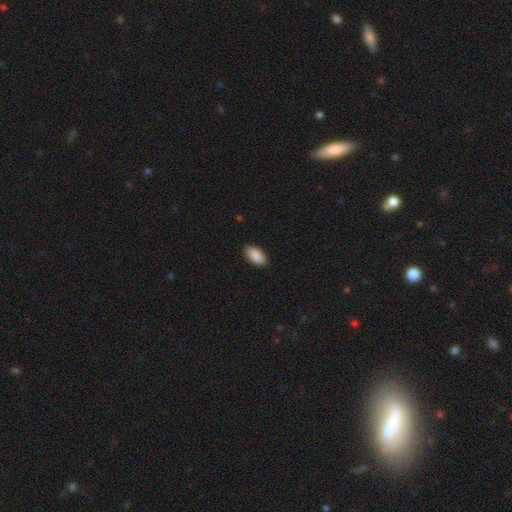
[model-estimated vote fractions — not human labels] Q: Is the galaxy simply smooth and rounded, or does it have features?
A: smooth — 90%.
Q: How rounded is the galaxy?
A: in between — 93%.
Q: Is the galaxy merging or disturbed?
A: none — 88%.